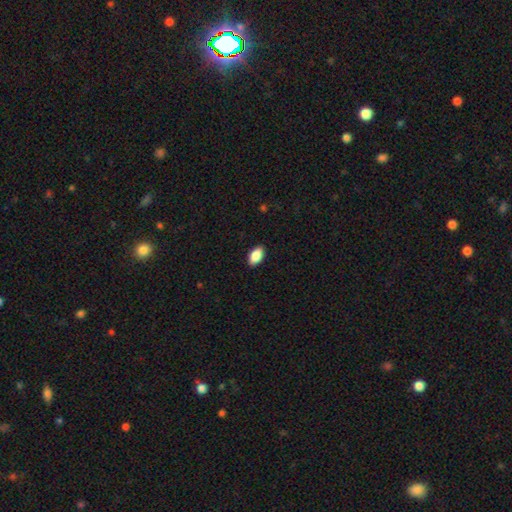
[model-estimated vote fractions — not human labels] smooth-or-featured: smooth: 88% | star or artifact: 7% | featured or disk: 5%
  how-rounded: in between: 94% | round: 4% | cigar-shaped: 2%
  merging: none: 89% | minor disturbance: 8% | major disturbance: 2% | merger: 1%